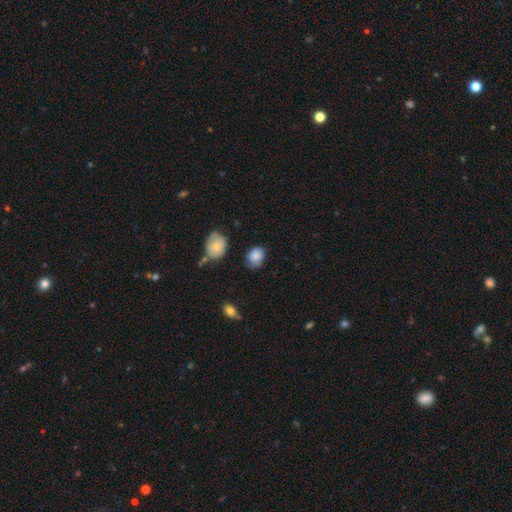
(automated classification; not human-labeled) Q: Smooth or featured?
A: smooth (83%); runner-up: featured or disk (9%)
Q: How rounded?
A: in between (59%); runner-up: round (40%)
Q: Merging?
A: none (61%); runner-up: minor disturbance (29%)